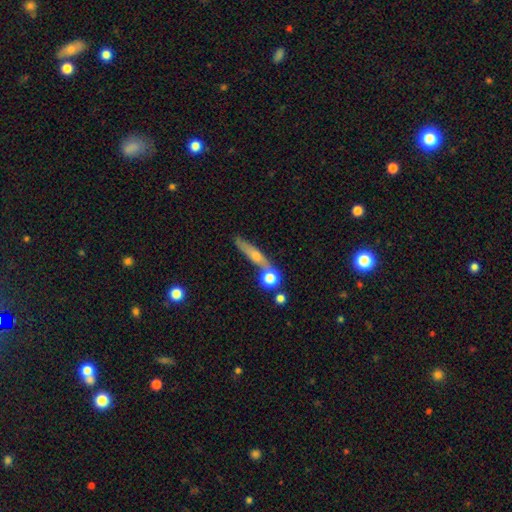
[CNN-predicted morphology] This appears to be a featured or disk galaxy (54%) viewed edge-on (87%). Merging: none (69%).